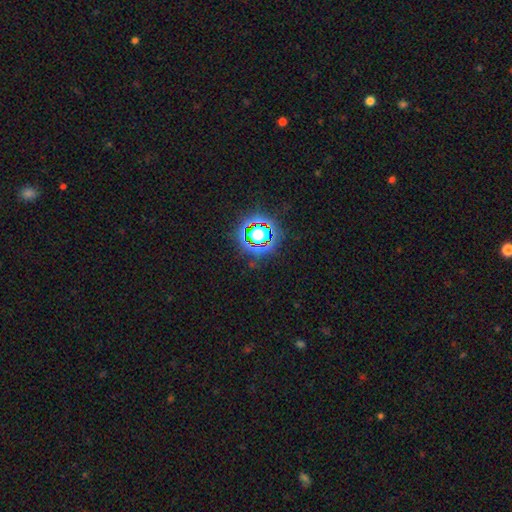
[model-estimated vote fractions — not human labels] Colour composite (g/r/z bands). It shows a star or artifact, not a galaxy (79%).